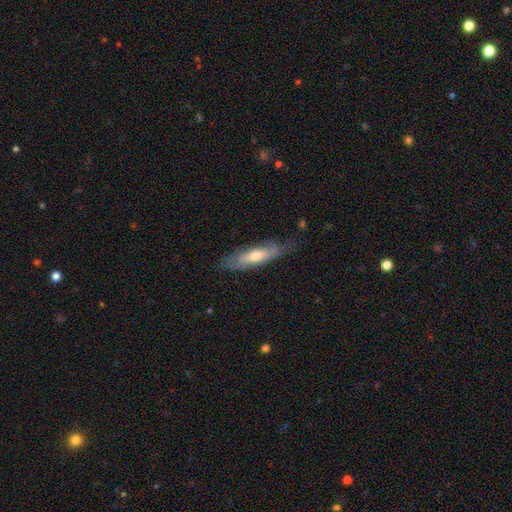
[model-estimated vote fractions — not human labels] smooth-or-featured: featured or disk: 47% (tied) | smooth: 47% (tied) | star or artifact: 6%
  merging: none: 70% | minor disturbance: 22% | major disturbance: 6% | merger: 1%